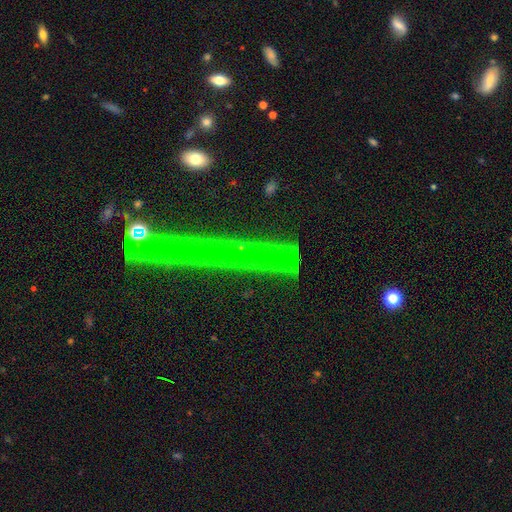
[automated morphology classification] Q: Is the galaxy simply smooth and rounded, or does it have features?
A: star or artifact — 67%.